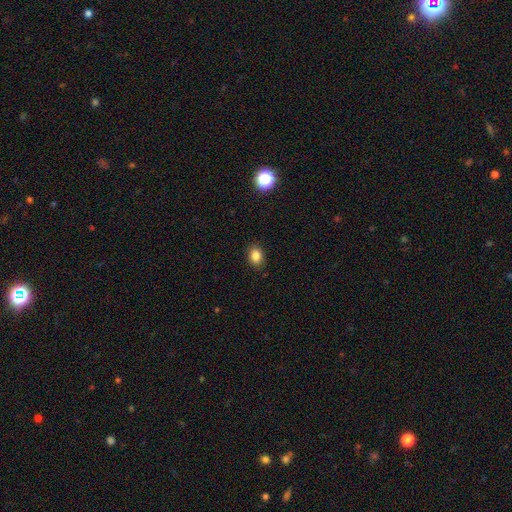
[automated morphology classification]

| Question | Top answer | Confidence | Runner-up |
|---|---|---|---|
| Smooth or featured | smooth | 84% | star or artifact (11%) |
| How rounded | in between | 61% | round (38%) |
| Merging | none | 89% | minor disturbance (8%) |